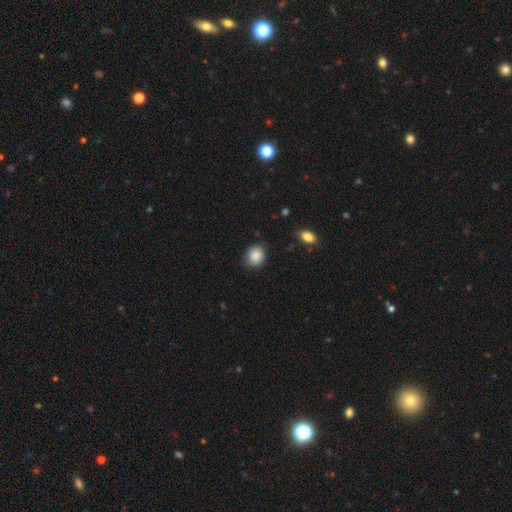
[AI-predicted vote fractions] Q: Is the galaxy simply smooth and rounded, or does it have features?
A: smooth — 88%.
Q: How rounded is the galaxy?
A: round — 62%.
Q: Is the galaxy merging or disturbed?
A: none — 79%.